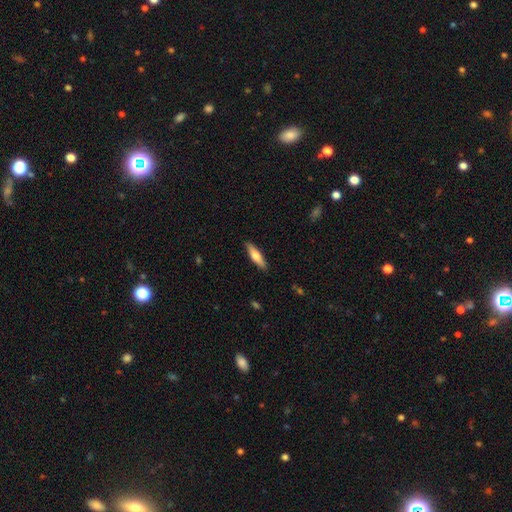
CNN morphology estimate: smooth 65%, featured or disk 30%, star or artifact 5%. Down the decision tree: how rounded — cigar-shaped (69%); merging — none (89%).